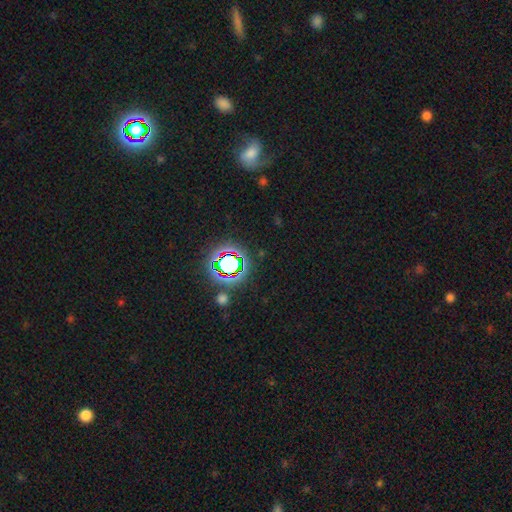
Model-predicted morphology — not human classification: Overall: star or artifact (71%).